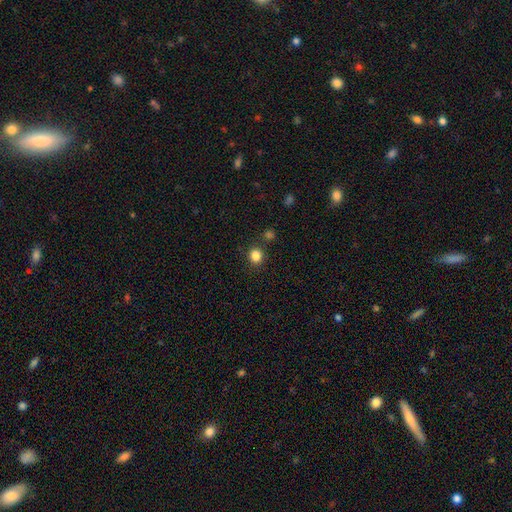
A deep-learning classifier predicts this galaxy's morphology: A smooth galaxy with no disk features (84%) that is round (79%). Merging: none (83%).